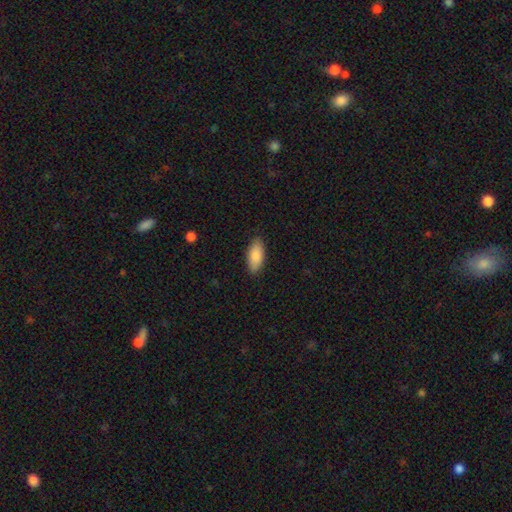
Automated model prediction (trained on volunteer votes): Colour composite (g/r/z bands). It shows a smooth galaxy with no disk features (88%) that is in between round and cigar-shaped (89%). Merging: none (86%).